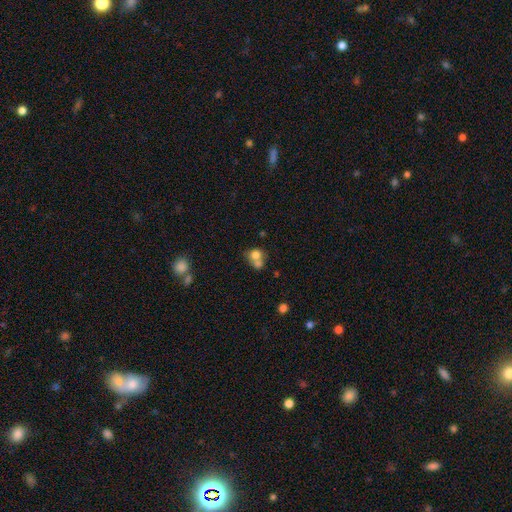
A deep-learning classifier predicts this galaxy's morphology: Smooth or featured? Predicted: smooth (p=0.73). How rounded? Predicted: round (p=0.69). Merging? Predicted: merger (p=0.54).